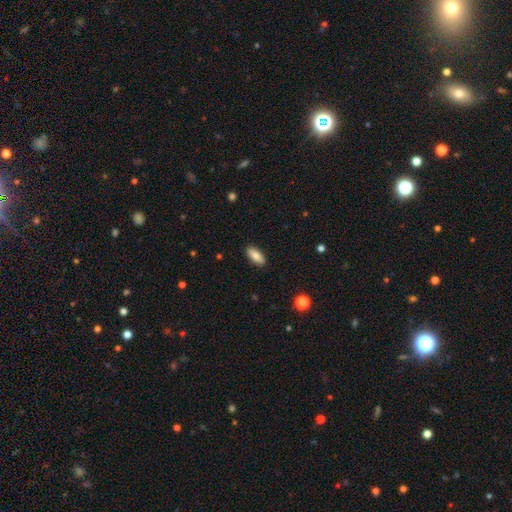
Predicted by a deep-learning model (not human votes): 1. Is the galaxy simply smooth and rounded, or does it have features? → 83% smooth, 10% featured or disk, 7% star or artifact.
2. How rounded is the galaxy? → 84% in between, 14% cigar-shaped, 2% round.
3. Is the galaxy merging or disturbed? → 89% none, 8% minor disturbance, 2% major disturbance, 1% merger.